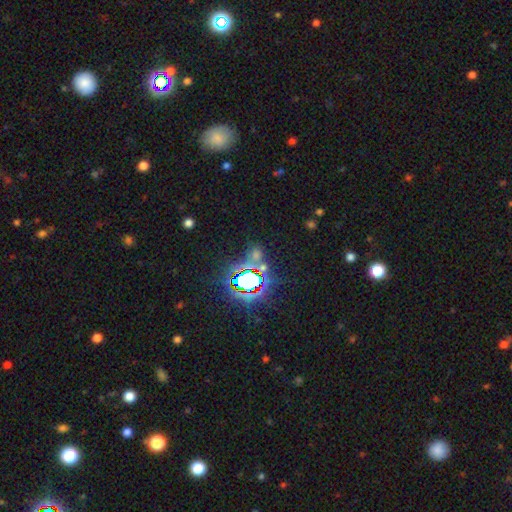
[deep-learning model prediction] Smooth or featured? Predicted: star or artifact (p=0.61).